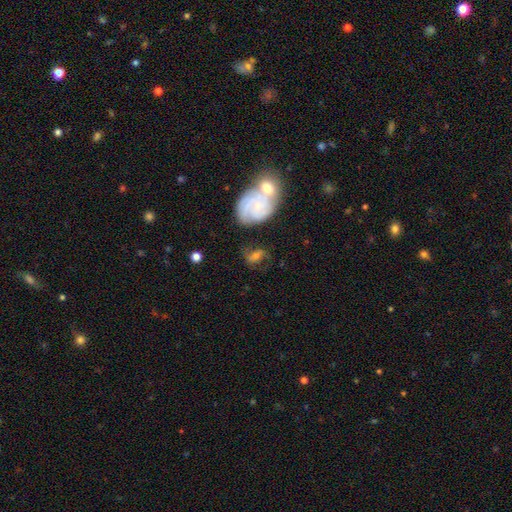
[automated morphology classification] A featured or disk galaxy (60%) with no bar (54%), 2 (60%) loose (39%) spiral arms (88%) and a small central bulge (51%).

Vote fractions:
- Smooth or featured? featured or disk: 60% / smooth: 29% / star or artifact: 11%
- Edge-on disk? no: 95% / yes: 5%
- Bar? no: 54% / weak: 34% / strong: 12%
- Spiral arms? yes: 88% / no: 12%
- Spiral winding? loose: 39% / medium: 37% / tight: 24%
- Spiral arm count? 2: 60% / can't tell: 18% / 3: 10% / 1: 5% / 4: 4% / more than 4: 3%
- Bulge size? small: 51% / moderate: 33% / none: 10% / large: 4% / dominant: 2%
- Merging? none: 47% / minor disturbance: 21% / major disturbance: 17% / merger: 15%